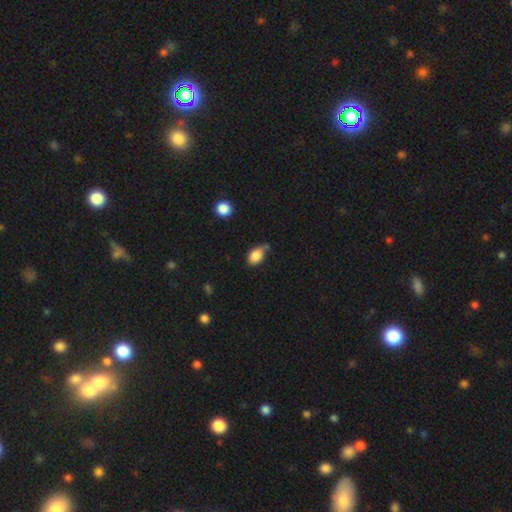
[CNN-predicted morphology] smooth-or-featured: smooth: 85% | star or artifact: 8% | featured or disk: 7%
  how-rounded: in between: 89% | round: 9% | cigar-shaped: 2%
  merging: none: 59% | minor disturbance: 28% | merger: 8% | major disturbance: 5%